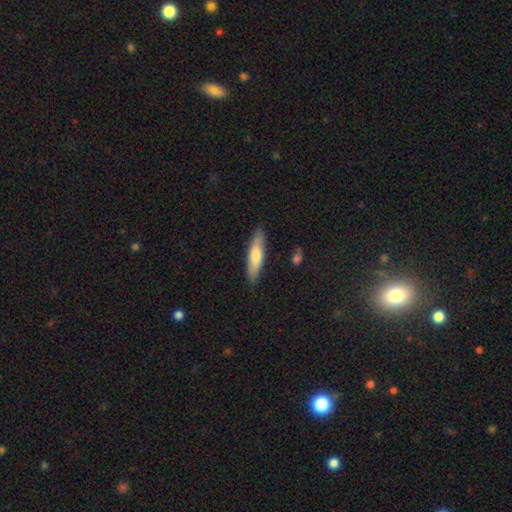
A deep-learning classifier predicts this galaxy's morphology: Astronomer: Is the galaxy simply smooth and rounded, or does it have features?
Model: smooth — 68%.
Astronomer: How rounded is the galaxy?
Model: cigar-shaped — 74%.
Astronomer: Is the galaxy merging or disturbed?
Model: none — 86%.